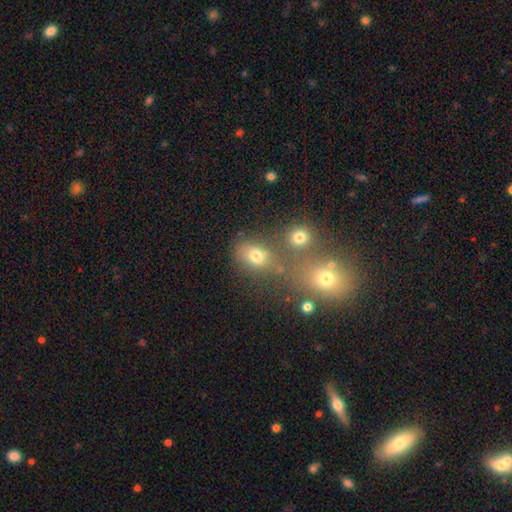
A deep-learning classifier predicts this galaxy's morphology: This appears to be a smooth galaxy with no disk features (70%) that is in between round and cigar-shaped (52%). Merging: none (54%).